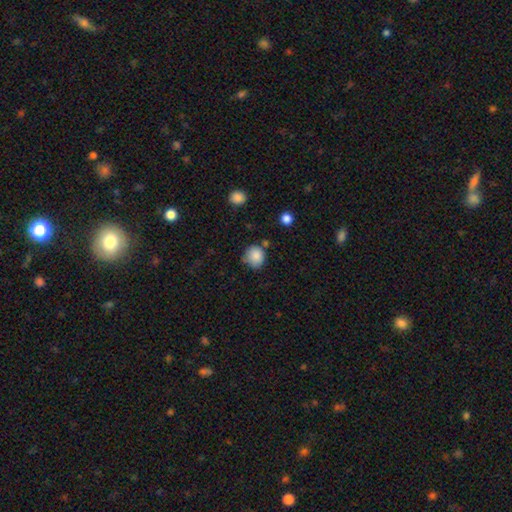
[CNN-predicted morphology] Q: Smooth or featured?
A: smooth (86%); runner-up: star or artifact (9%)
Q: How rounded?
A: round (80%); runner-up: in between (19%)
Q: Merging?
A: none (66%); runner-up: minor disturbance (22%)